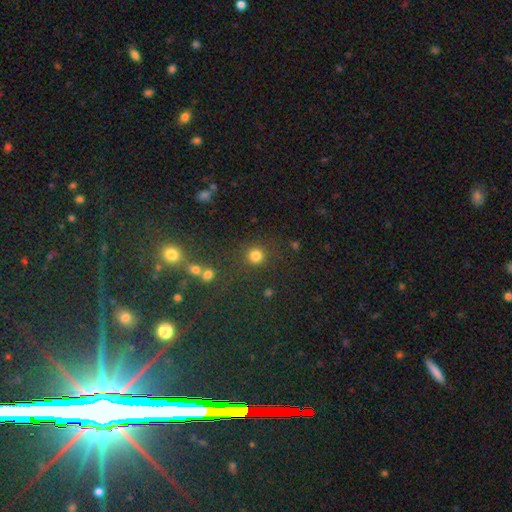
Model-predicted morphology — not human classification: Smooth or featured? smooth (79%)
How rounded? round (94%)
Merging? none (81%)